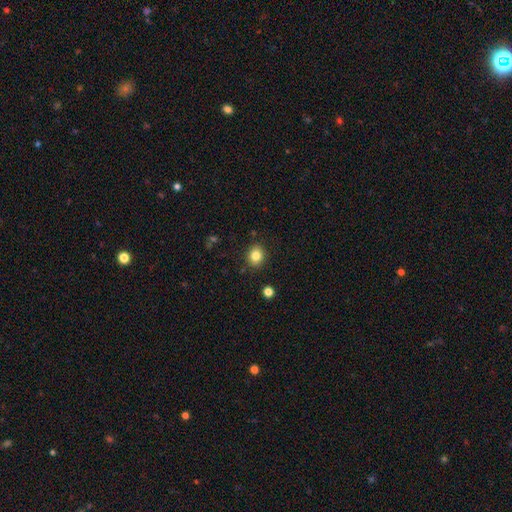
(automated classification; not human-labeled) Smooth or featured? smooth (83%)
How rounded? round (64%)
Merging? none (87%)